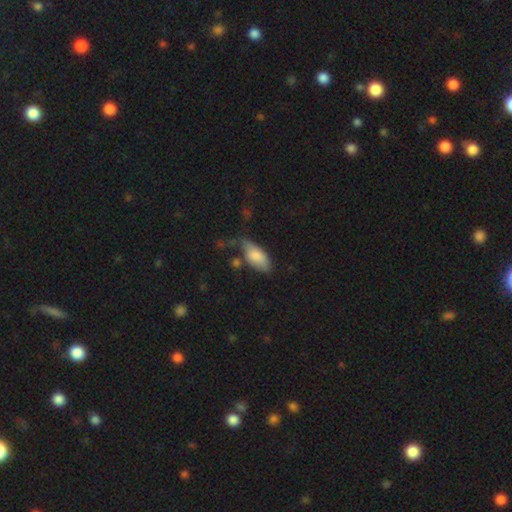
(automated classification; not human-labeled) Smooth or featured? Predicted: smooth (p=0.81). How rounded? Predicted: in between (p=0.91). Merging? Predicted: none (p=0.44).